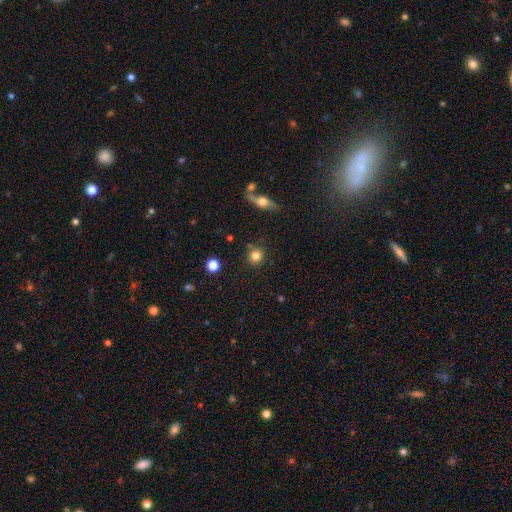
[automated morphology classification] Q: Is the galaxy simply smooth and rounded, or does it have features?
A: smooth — 83%.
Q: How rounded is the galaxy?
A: round — 88%.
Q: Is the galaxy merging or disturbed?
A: none — 83%.